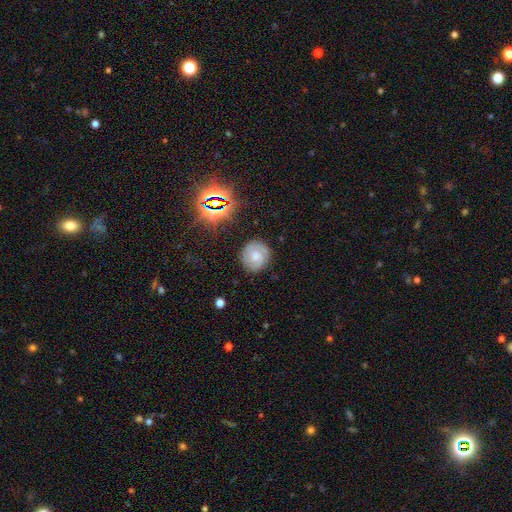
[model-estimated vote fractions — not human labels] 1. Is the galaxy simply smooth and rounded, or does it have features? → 53% featured or disk, 36% smooth, 11% star or artifact.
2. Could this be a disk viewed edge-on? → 97% no, 3% yes.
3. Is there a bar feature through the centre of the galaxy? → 59% no, 34% weak, 7% strong.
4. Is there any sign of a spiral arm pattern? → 84% yes, 16% no.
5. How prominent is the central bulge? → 43% moderate, 33% small, 14% none, 8% large, 2% dominant.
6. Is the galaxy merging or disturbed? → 82% none, 13% minor disturbance, 4% major disturbance, 1% merger.